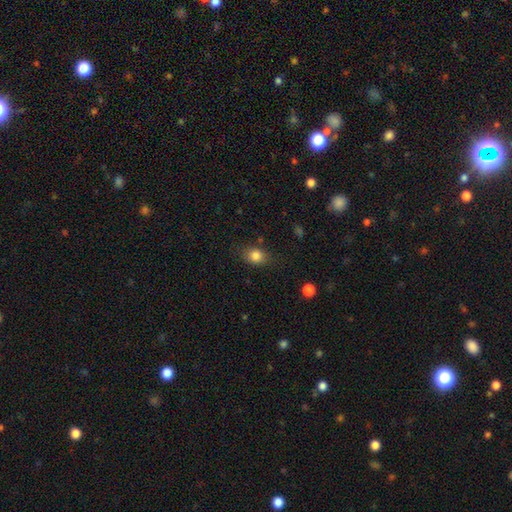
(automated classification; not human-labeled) The model was most divided on "how rounded": in between: 54%, round: 44%, cigar-shaped: 1%. More confident: smooth or featured — smooth (83%); merging — none (78%).